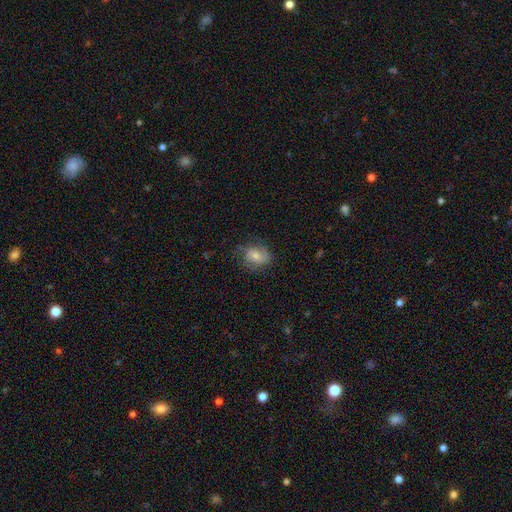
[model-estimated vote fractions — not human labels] smooth 57%, featured or disk 34%, star or artifact 9%. Down the decision tree: how rounded — round (50%); merging — none (67%).